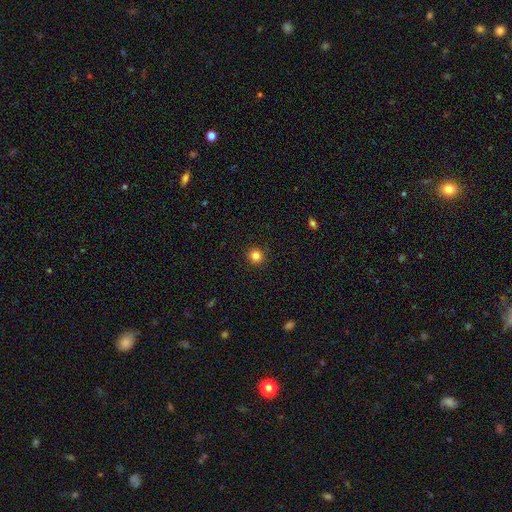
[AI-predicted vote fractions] The model was most divided on "smooth or featured": smooth: 83%, star or artifact: 12%, featured or disk: 5%. More confident: how rounded — round (93%); merging — none (92%).